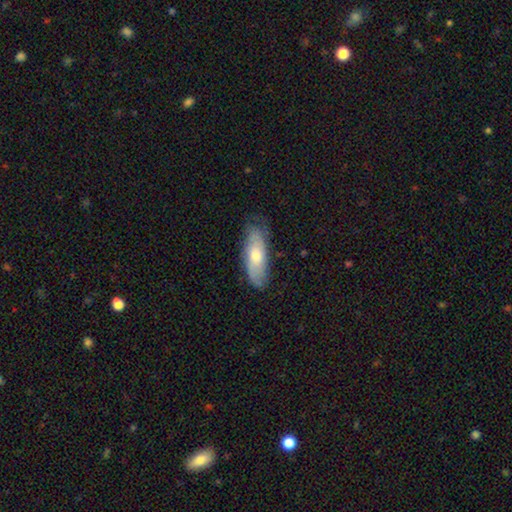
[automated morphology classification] Smooth or featured? smooth (56%)
How rounded? in between (68%)
Merging? none (71%)